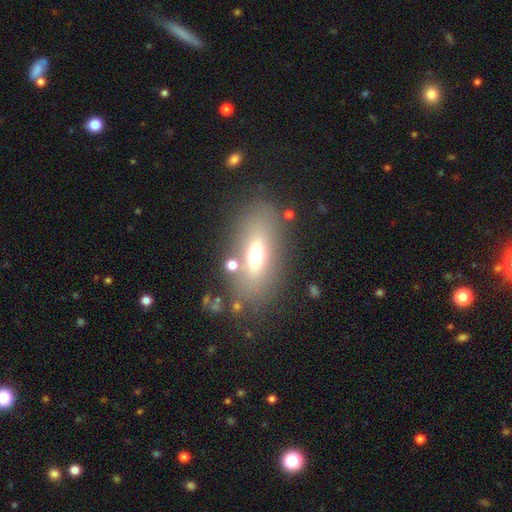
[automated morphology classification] A smooth galaxy with no disk features (59%) that is in between round and cigar-shaped (76%).

Vote fractions:
- Smooth or featured? smooth: 59% / featured or disk: 29% / star or artifact: 12%
- How rounded? in between: 76% / cigar-shaped: 16% / round: 9%
- Merging? none: 76% / minor disturbance: 11% / major disturbance: 6% / merger: 6%